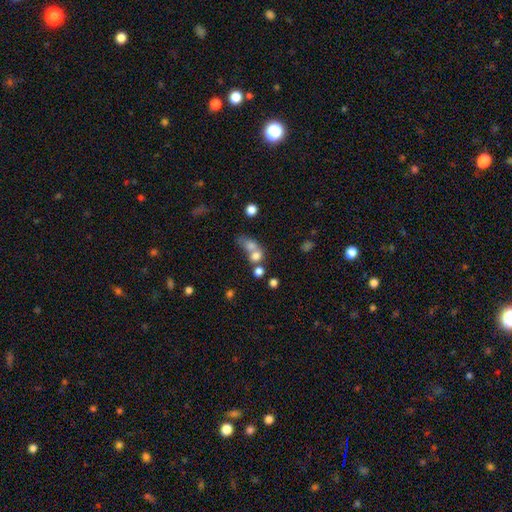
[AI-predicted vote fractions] smooth-or-featured: smooth: 57% | star or artifact: 22% | featured or disk: 21%
  how-rounded: round: 51% | in between: 42% | cigar-shaped: 7%
  merging: merger: 52% | none: 31% | minor disturbance: 9% | major disturbance: 8%